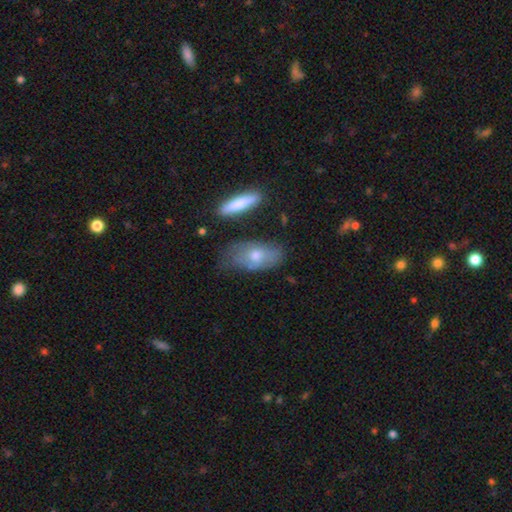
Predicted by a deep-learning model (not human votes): smooth-or-featured: smooth: 60% | featured or disk: 32% | star or artifact: 7%
  how-rounded: in between: 85% | cigar-shaped: 10% | round: 5%
  merging: none: 55% | minor disturbance: 30% | major disturbance: 11% | merger: 5%